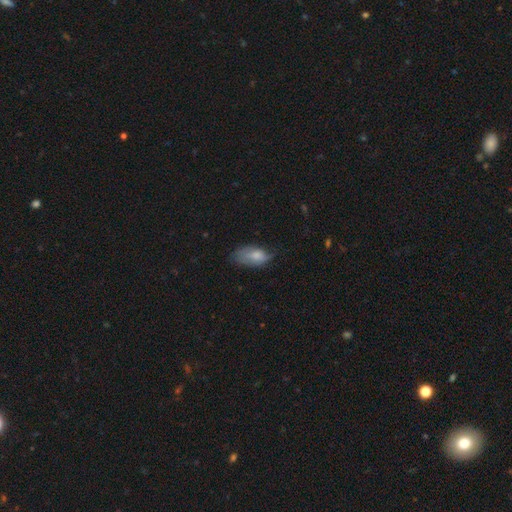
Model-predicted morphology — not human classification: Overall: smooth (72%). How rounded: in between (91%). Merging: minor disturbance (39%; none 38%).